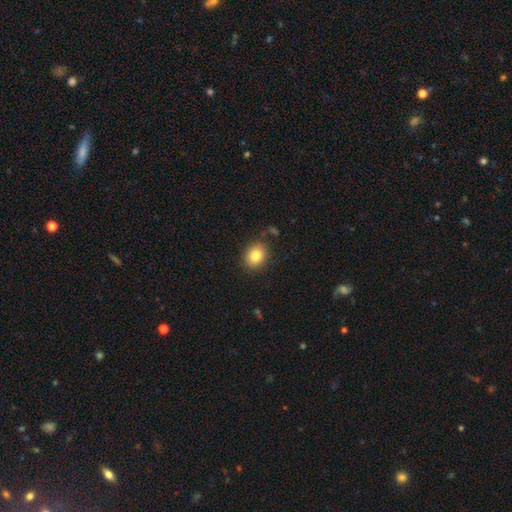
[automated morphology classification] The model was most divided on "how rounded": round: 51%, in between: 48%, cigar-shaped: 1%. More confident: merging — none (85%); smooth or featured — smooth (83%).